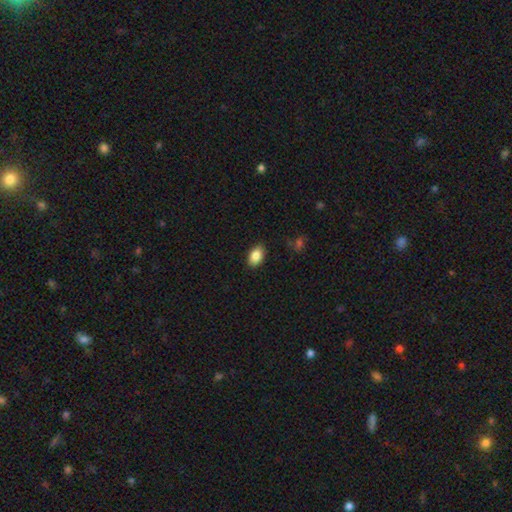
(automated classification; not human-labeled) smooth 86%, star or artifact 8%, featured or disk 6%. Down the decision tree: how rounded — in between (89%); merging — none (87%).